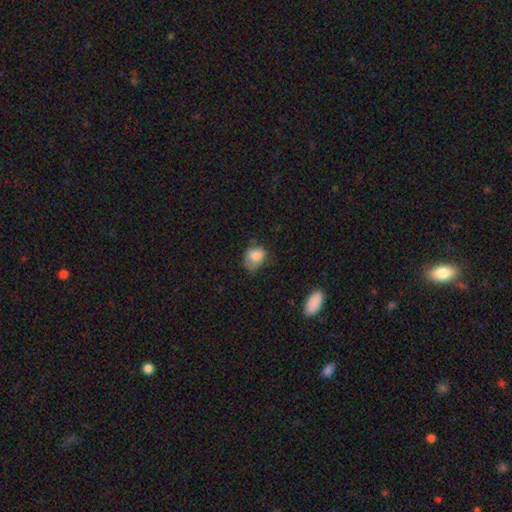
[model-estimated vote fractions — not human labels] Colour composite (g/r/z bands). It shows a smooth galaxy with no disk features (81%) that is in between round and cigar-shaped (59%). Merging: none (39%, tied with minor disturbance).